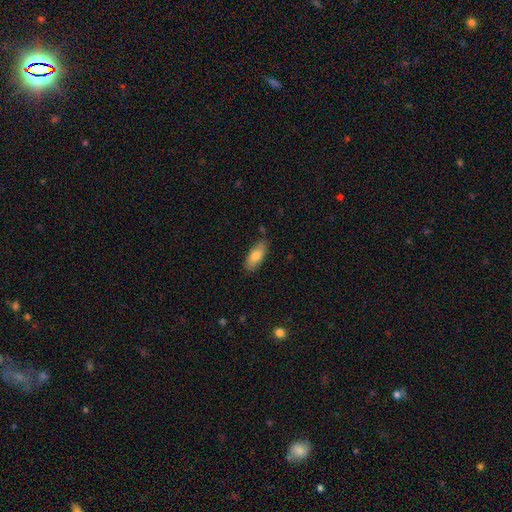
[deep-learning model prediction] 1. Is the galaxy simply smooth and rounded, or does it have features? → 78% smooth, 16% featured or disk, 6% star or artifact.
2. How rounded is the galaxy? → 79% in between, 19% cigar-shaped, 2% round.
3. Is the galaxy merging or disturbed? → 82% none, 14% minor disturbance, 2% major disturbance, 2% merger.